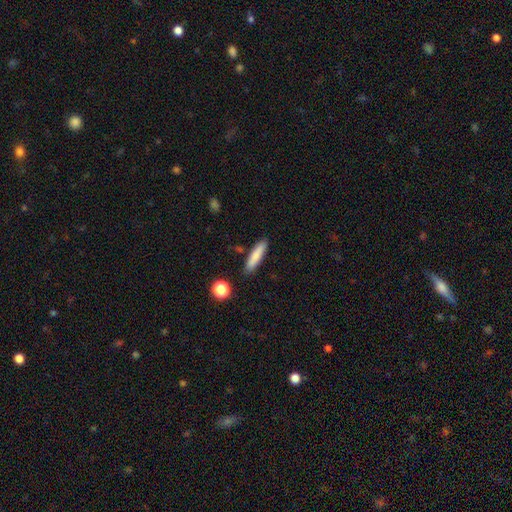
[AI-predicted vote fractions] smooth_or_featured: smooth (p=0.79) [alt: featured or disk p=0.14]
how_rounded: cigar-shaped (p=0.78) [alt: in between p=0.20]
merging: none (p=0.86) [alt: minor disturbance p=0.09]